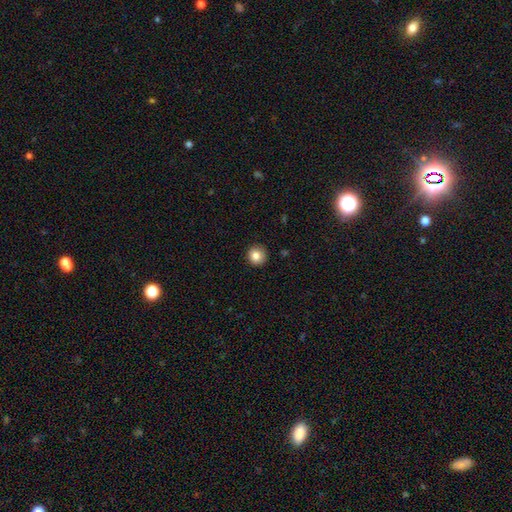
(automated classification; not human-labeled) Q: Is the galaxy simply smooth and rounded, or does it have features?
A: smooth — 83%.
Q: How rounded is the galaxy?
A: round — 94%.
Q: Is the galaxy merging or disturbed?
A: none — 91%.